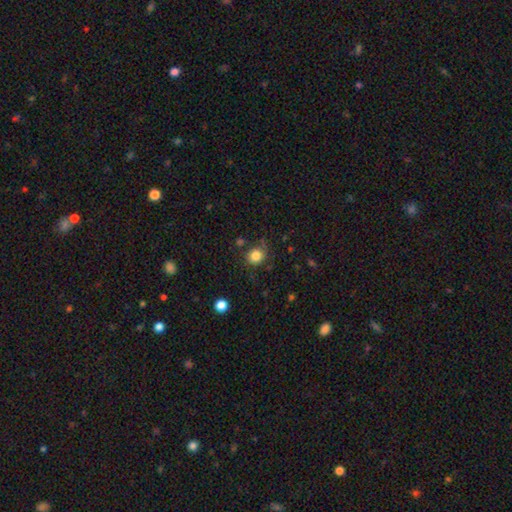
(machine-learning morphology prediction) smooth 83%, star or artifact 11%, featured or disk 6%. Down the decision tree: how rounded — round (83%); merging — none (73%).